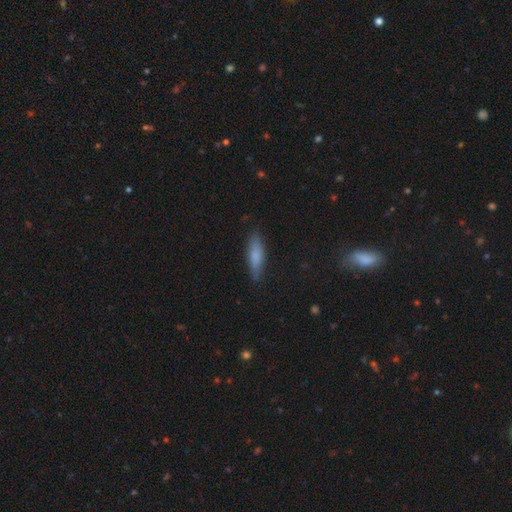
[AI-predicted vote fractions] Morphology: type=smooth (75%); roundness=cigar-shaped (63%); merging=none (81%).